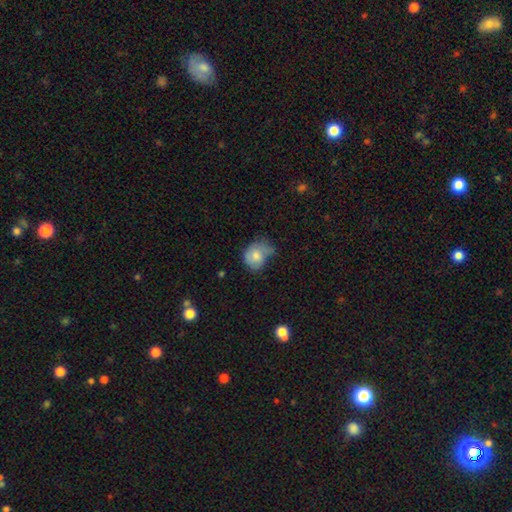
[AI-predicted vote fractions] This appears to be a smooth galaxy with no disk features (72%) that is round (52%). Merging: minor disturbance (42%).